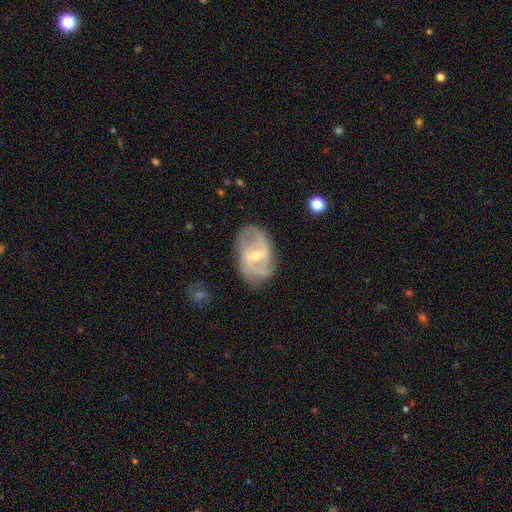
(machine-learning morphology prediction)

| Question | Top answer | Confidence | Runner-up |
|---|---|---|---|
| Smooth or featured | featured or disk | 82% | smooth (12%) |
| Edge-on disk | no | 96% | yes (4%) |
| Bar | weak | 50% | strong (31%) |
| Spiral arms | yes | 88% | no (12%) |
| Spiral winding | medium | 45% | tight (30%) |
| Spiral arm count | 2 | 59% | can't tell (20%) |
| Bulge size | small | 55% | moderate (41%) |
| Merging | none | 70% | minor disturbance (21%) |